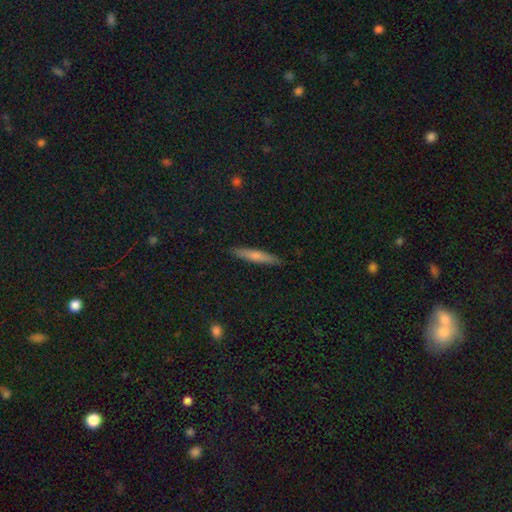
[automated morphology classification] Smooth or featured: smooth — 63% (featured or disk — 30%)
How rounded: cigar-shaped — 92% (in between — 7%)
Merging: none — 90% (minor disturbance — 7%)